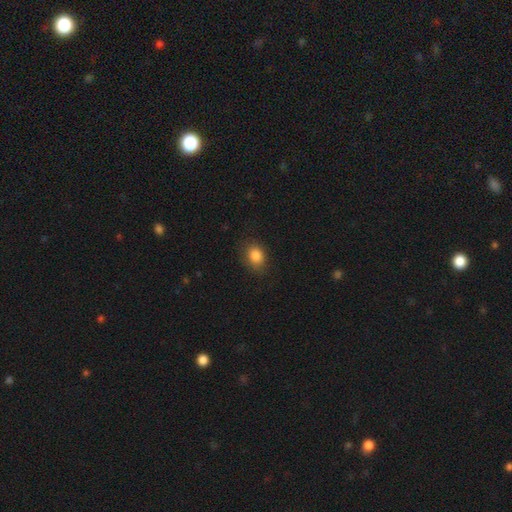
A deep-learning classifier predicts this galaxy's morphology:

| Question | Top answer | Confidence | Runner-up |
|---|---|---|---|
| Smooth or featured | smooth | 84% | star or artifact (9%) |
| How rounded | in between | 55% | round (44%) |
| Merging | none | 80% | minor disturbance (15%) |